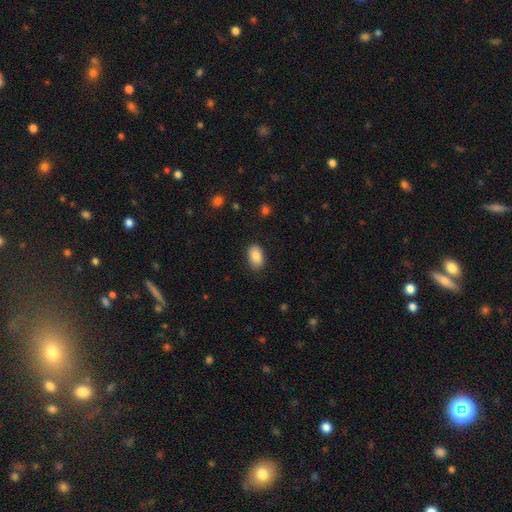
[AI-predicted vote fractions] Smooth or featured?
  - smooth: 87% *
  - star or artifact: 7%
  - featured or disk: 6%
How rounded?
  - in between: 92% *
  - round: 7%
  - cigar-shaped: 2%
Merging?
  - none: 85% *
  - minor disturbance: 11%
  - major disturbance: 2%
  - merger: 1%